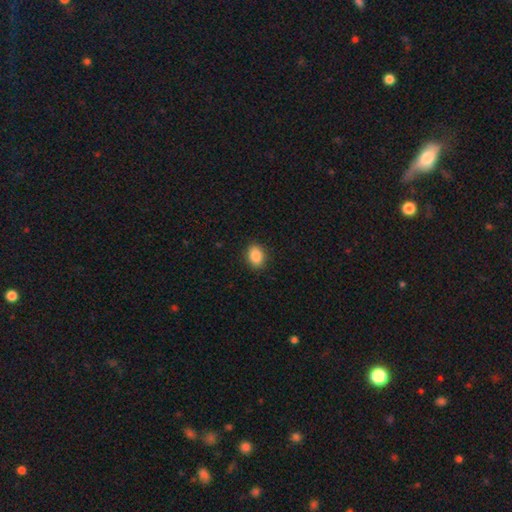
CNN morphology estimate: The model was most divided on "how rounded": in between: 71%, round: 27%, cigar-shaped: 1%. More confident: merging — none (90%); smooth or featured — smooth (88%).